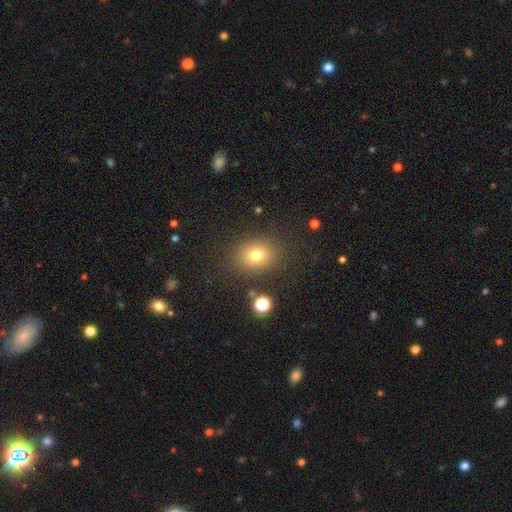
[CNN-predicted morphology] This appears to be a smooth galaxy with no disk features (68%) that is round (57%). Merging: none (86%).